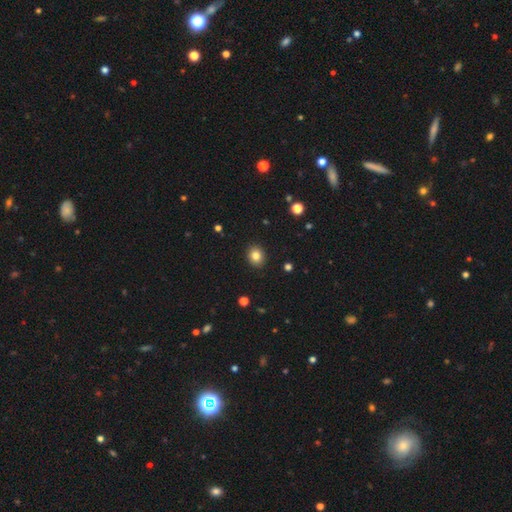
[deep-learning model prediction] Smooth or featured? smooth (83%)
How rounded? round (63%)
Merging? none (91%)